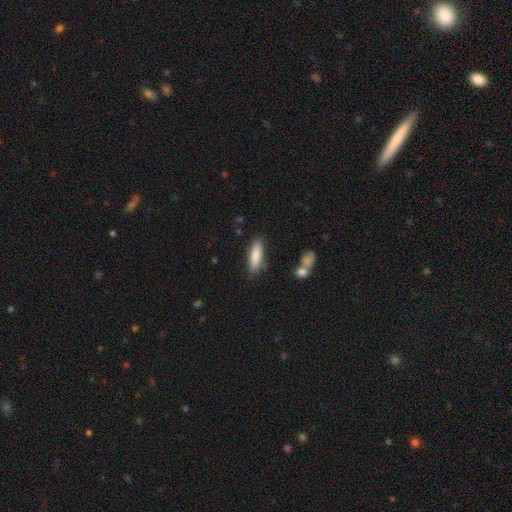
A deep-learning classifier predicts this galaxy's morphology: A smooth galaxy with no disk features (82%) that is cigar-shaped (60%).

Vote fractions:
- Smooth or featured? smooth: 82% / featured or disk: 12% / star or artifact: 6%
- How rounded? cigar-shaped: 60% / in between: 39% / round: 2%
- Merging? none: 83% / minor disturbance: 11% / merger: 3% / major disturbance: 3%